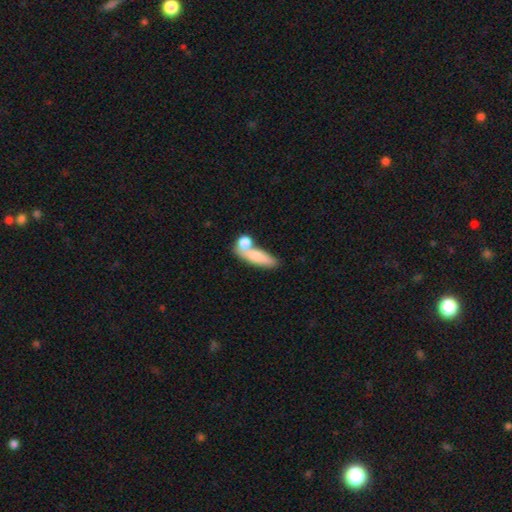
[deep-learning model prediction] The model was most divided on "merging": none: 41%, merger: 38%, minor disturbance: 13%, major disturbance: 7%. Remaining: smooth or featured — smooth (76%); how rounded — in between (49%).